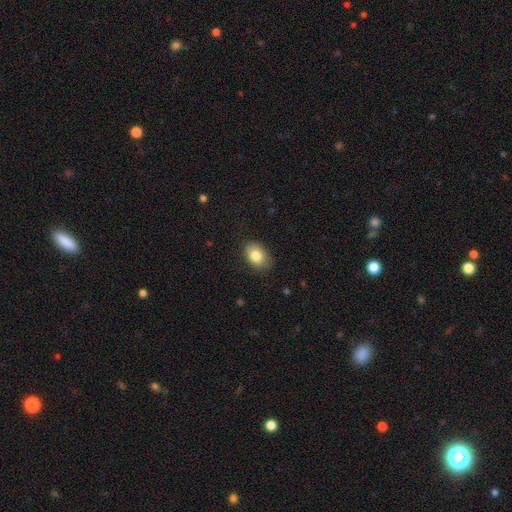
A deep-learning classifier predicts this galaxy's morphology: type=smooth (83%); roundness=in between (80%); merging=none (81%).